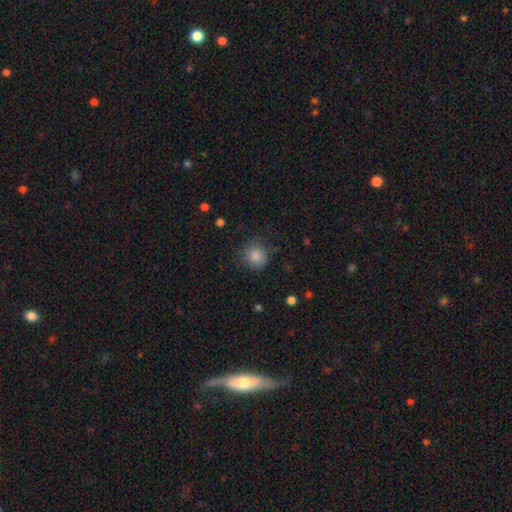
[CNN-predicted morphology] type=smooth (85%); roundness=round (90%); merging=none (78%).